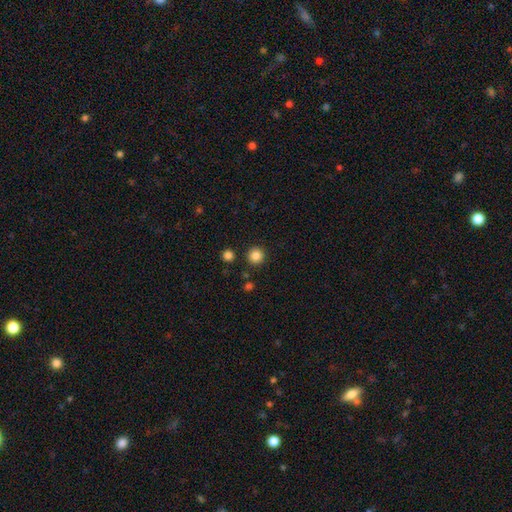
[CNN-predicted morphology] smooth_or_featured: smooth (p=0.85) [alt: star or artifact p=0.11]
how_rounded: round (p=0.95) [alt: in between p=0.04]
merging: none (p=0.91) [alt: minor disturbance p=0.05]